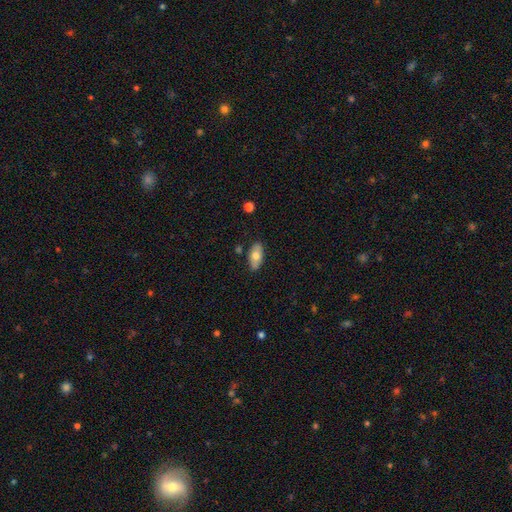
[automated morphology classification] Smooth or featured? smooth (67%)
How rounded? in between (91%)
Merging? none (83%)